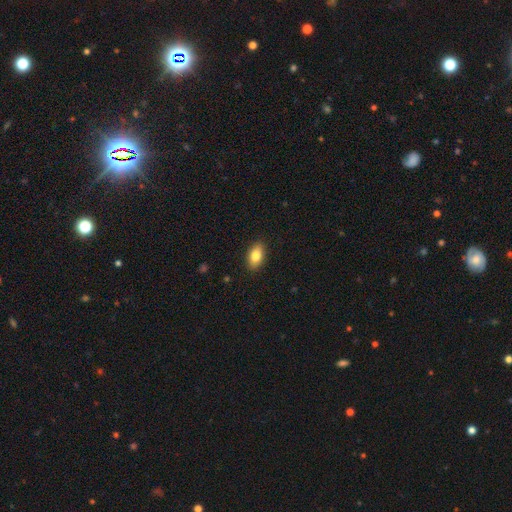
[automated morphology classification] This is clearly a smooth galaxy (83%). How rounded: clearly in between (91%). Merging: clearly none (89%).